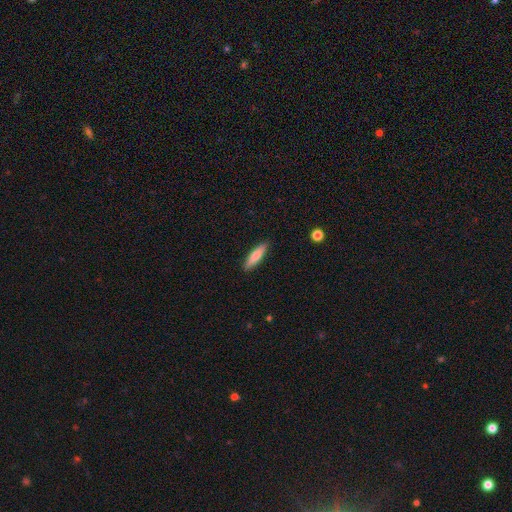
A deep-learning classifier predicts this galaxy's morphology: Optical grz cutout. It shows a smooth galaxy with no disk features (75%) that is cigar-shaped (74%). Merging: none (89%).